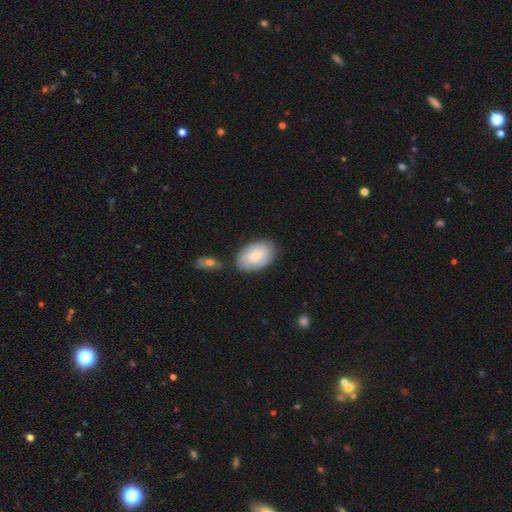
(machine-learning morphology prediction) Smooth or featured? featured or disk (51%)
Edge-on disk? no (96%)
Merging? none (79%)